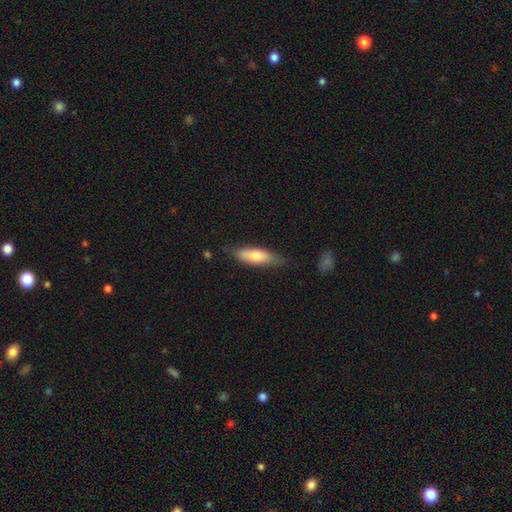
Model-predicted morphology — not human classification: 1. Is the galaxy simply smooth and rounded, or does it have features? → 70% smooth, 24% featured or disk, 6% star or artifact.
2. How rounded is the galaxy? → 49% cigar-shaped (tied), 49% in between (tied), 2% round.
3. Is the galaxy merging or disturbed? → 76% none, 19% minor disturbance, 3% major disturbance, 2% merger.